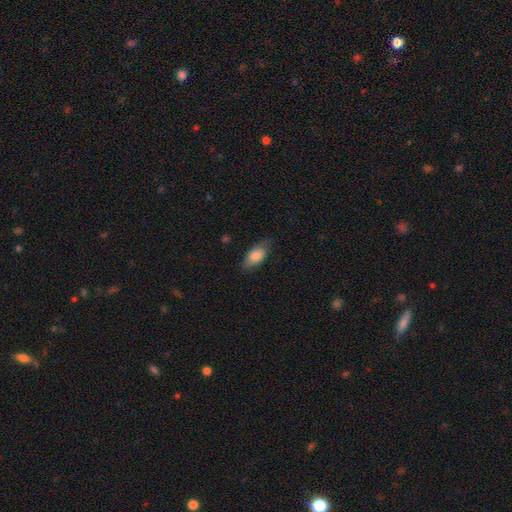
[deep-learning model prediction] Smooth or featured: smooth — 80% (featured or disk — 14%)
How rounded: in between — 88% (cigar-shaped — 9%)
Merging: none — 71% (minor disturbance — 22%)